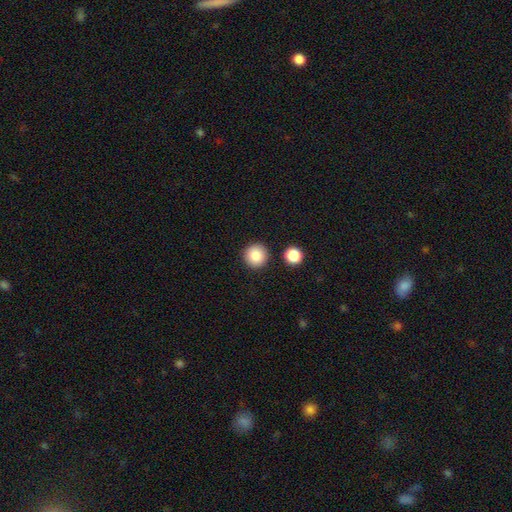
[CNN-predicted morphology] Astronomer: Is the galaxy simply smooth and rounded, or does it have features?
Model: smooth — 87%.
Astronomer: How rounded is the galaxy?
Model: round — 95%.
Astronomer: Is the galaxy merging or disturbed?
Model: none — 89%.